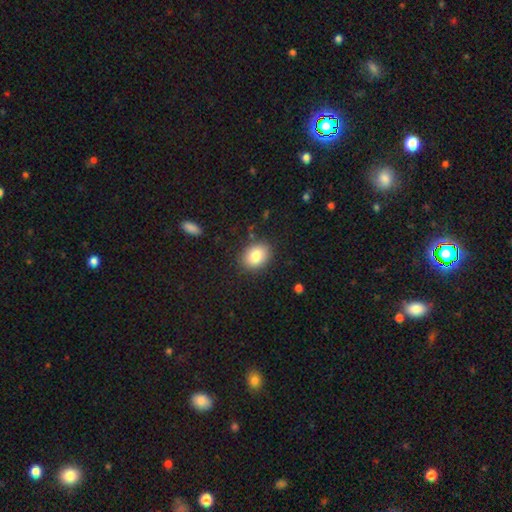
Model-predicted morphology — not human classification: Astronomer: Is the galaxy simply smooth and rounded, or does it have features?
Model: smooth — 82%.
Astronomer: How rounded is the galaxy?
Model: in between — 60% (runner-up: round, 39%).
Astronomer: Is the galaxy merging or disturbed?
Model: none — 86%.